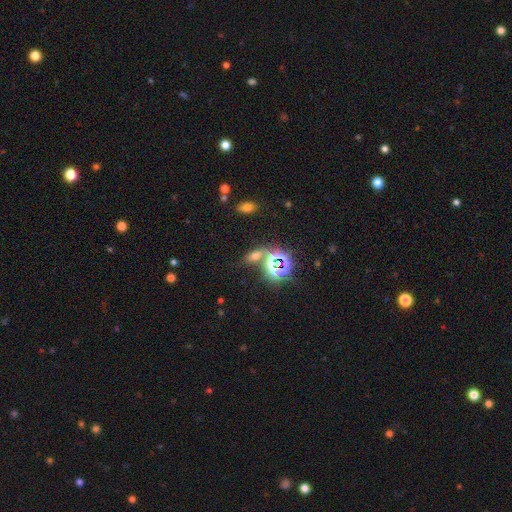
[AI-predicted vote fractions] This appears to be a star or artifact, not a galaxy (48%).